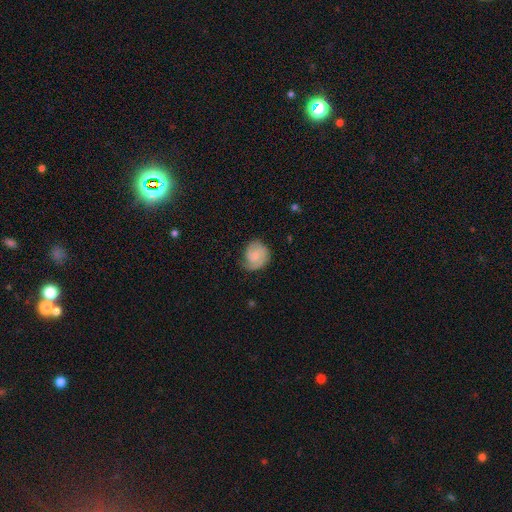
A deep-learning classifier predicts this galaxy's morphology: This is likely a featured or disk galaxy (64%). It is clearly not viewed edge-on (98%). Bar: likely no (67%). Spiral arm pattern: clearly yes (93%). Spiral arm count: possibly 2 (51%). Spiral winding: possibly tight (57%). Central bulge: possibly small (60%). Merging: likely none (65%).